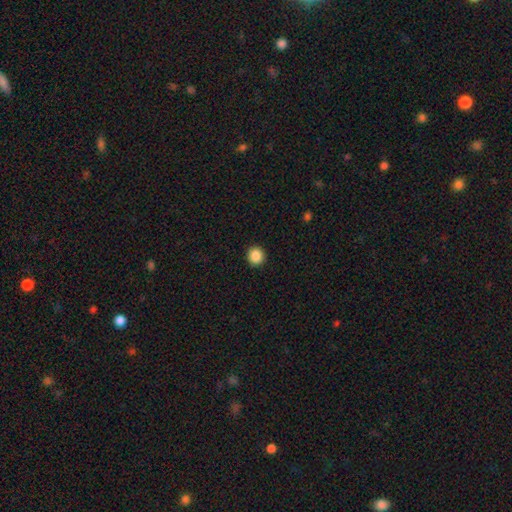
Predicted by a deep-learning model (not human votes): smooth_or_featured: smooth (p=0.88) [alt: star or artifact p=0.09]
how_rounded: round (p=0.92) [alt: in between p=0.07]
merging: none (p=0.93) [alt: minor disturbance p=0.05]